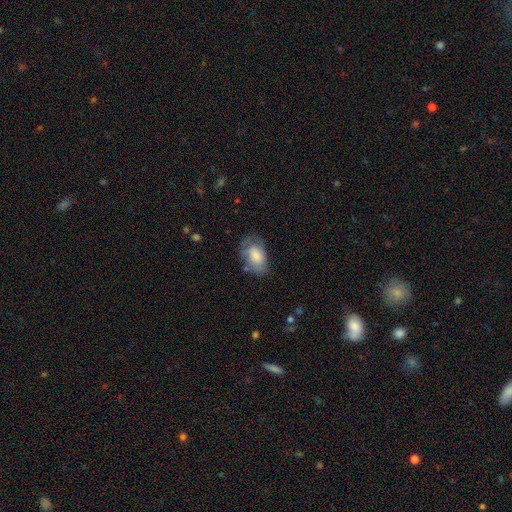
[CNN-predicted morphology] Q: Smooth or featured?
A: smooth (77%); runner-up: featured or disk (16%)
Q: How rounded?
A: in between (90%); runner-up: round (9%)
Q: Merging?
A: none (57%); runner-up: minor disturbance (29%)